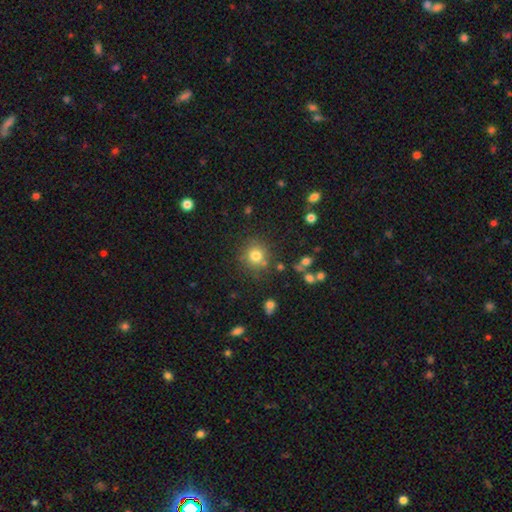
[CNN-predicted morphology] The model was most divided on "smooth or featured": smooth: 77%, star or artifact: 15%, featured or disk: 8%. More confident: how rounded — round (91%); merging — none (80%).